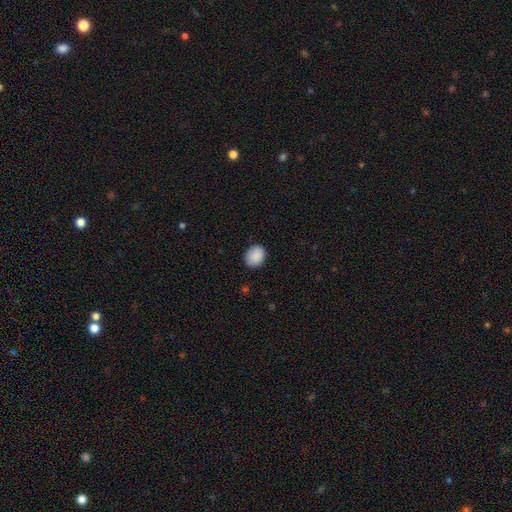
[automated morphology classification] This appears to be a smooth galaxy with no disk features (89%) that is round (55%). Merging: none (86%).